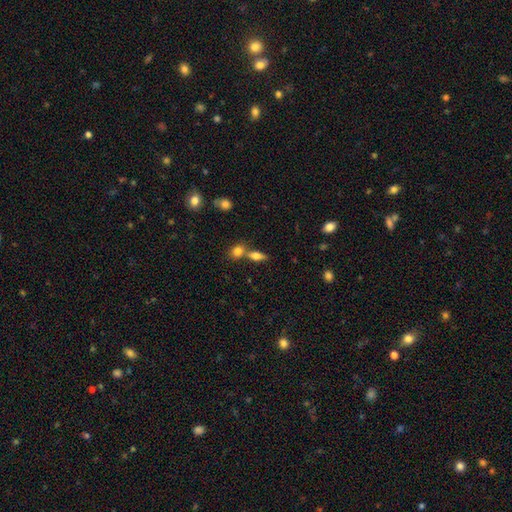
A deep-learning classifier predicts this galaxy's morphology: A smooth galaxy with no disk features (71%) that is in between round and cigar-shaped (68%). Merging: none (48%).